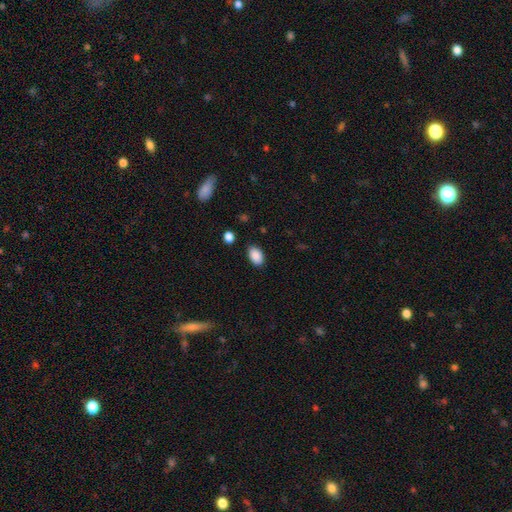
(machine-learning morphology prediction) A smooth galaxy with no disk features (89%) that is in between round and cigar-shaped (89%). Merging: none (85%).